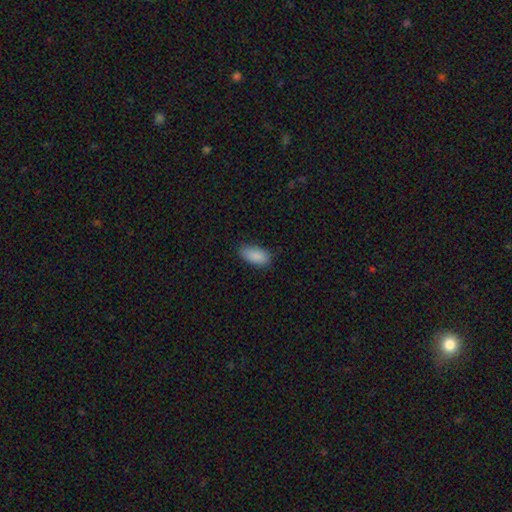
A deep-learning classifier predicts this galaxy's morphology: The model was most divided on "merging": none: 80%, minor disturbance: 16%, major disturbance: 3%, merger: 1%. More confident: how rounded — in between (92%); smooth or featured — smooth (90%).